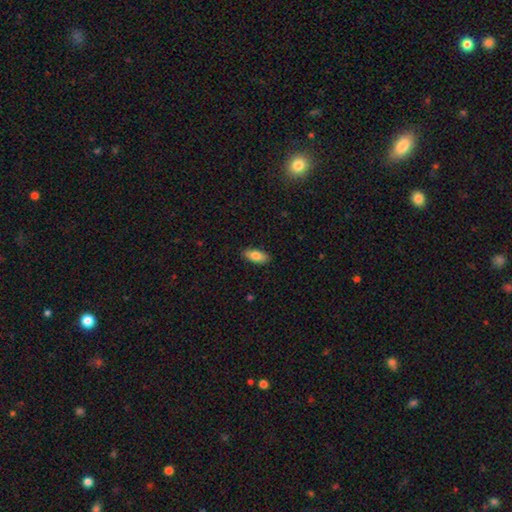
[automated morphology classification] Q: Smooth or featured?
A: smooth (84%); runner-up: featured or disk (10%)
Q: How rounded?
A: in between (84%); runner-up: cigar-shaped (13%)
Q: Merging?
A: none (87%); runner-up: minor disturbance (10%)